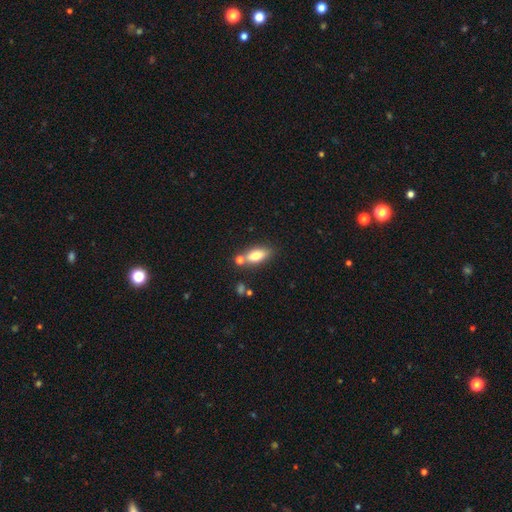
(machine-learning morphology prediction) Smooth or featured? smooth (73%)
How rounded? in between (81%)
Merging? none (65%)